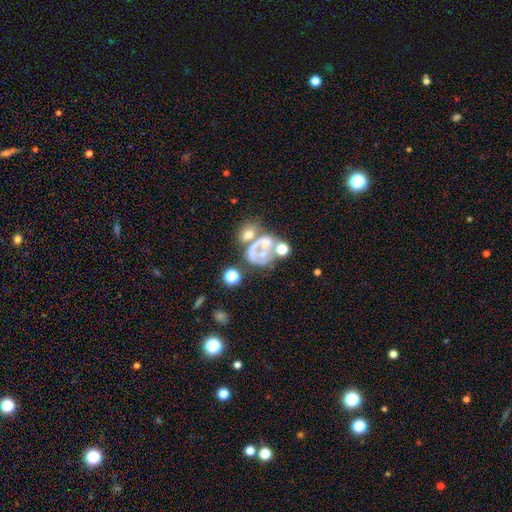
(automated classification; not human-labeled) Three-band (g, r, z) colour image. It shows a featured or disk galaxy (51%). Merging: merger (39%).